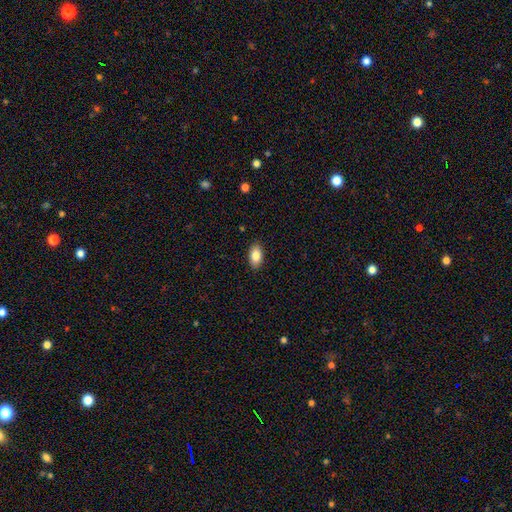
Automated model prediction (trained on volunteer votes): Overall: smooth (85%). How rounded: in between (93%). Merging: none (89%).